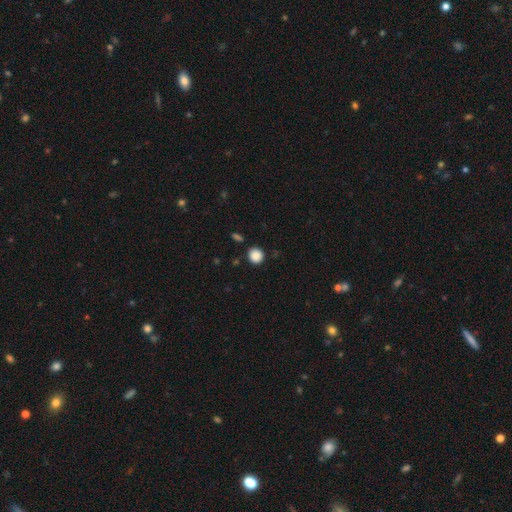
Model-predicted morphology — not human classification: A smooth galaxy with no disk features (87%) that is round (89%).

Vote fractions:
- Smooth or featured? smooth: 87% / star or artifact: 9% / featured or disk: 4%
- How rounded? round: 89% / in between: 10% / cigar-shaped: 1%
- Merging? none: 87% / minor disturbance: 7% / merger: 3% / major disturbance: 2%